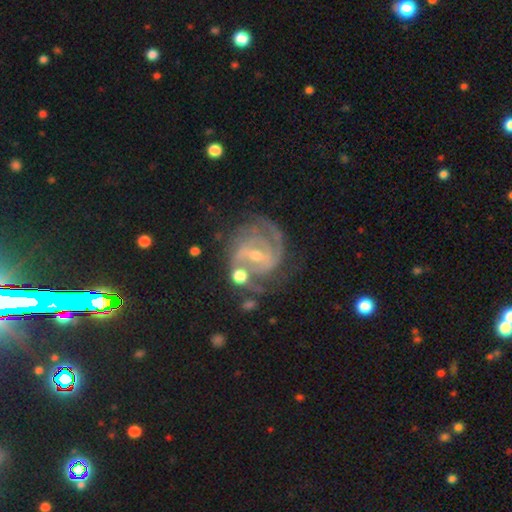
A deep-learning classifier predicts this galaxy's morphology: type=featured or disk (89%); edge-on=no (98%); bar=weak (49%); spiral arms=yes (96%); winding=tight (53%); arm count=2 (51%); bulge=small (55%); merging=none (63%).